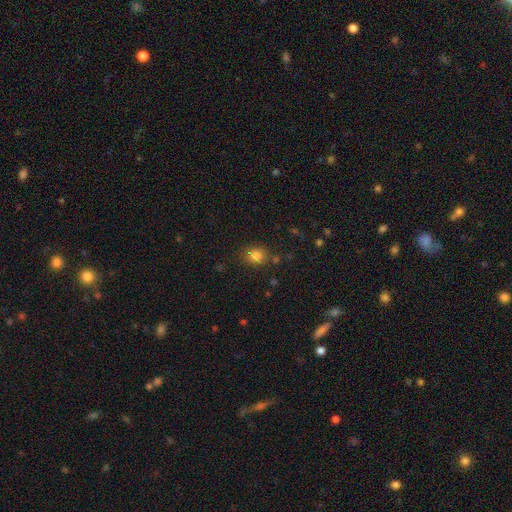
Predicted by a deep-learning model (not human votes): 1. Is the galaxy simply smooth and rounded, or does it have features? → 81% smooth, 13% star or artifact, 6% featured or disk.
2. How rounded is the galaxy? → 73% round, 26% in between, 1% cigar-shaped.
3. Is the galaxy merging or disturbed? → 79% none, 12% minor disturbance, 5% merger, 4% major disturbance.